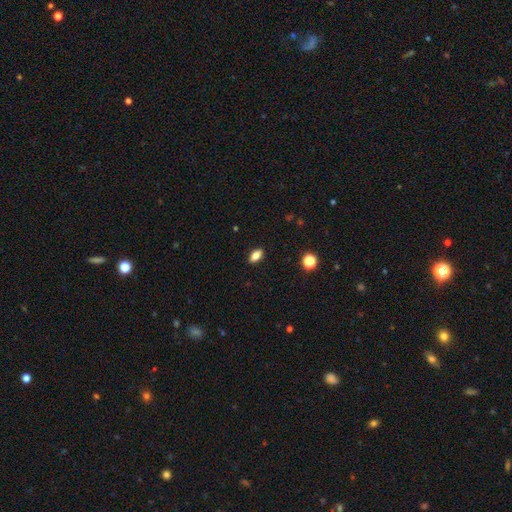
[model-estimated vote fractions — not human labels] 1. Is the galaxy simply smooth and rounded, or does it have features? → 81% smooth, 9% star or artifact, 9% featured or disk.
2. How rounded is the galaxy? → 88% in between, 7% round, 6% cigar-shaped.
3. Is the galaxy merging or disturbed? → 90% none, 8% minor disturbance, 2% major disturbance, 1% merger.